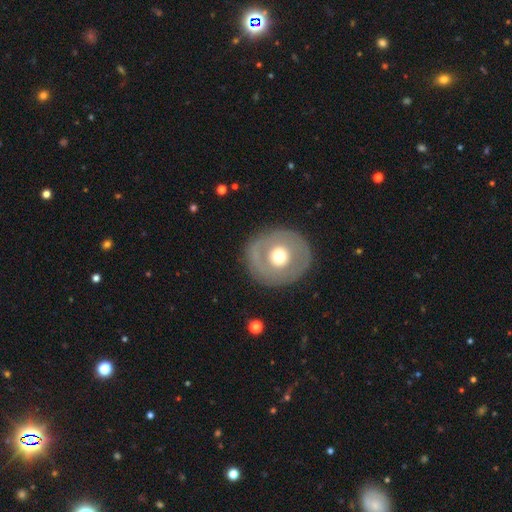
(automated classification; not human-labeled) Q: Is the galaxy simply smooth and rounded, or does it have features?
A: featured or disk — 51%.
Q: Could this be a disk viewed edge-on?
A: no — 95%.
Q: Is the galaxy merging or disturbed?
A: none — 85%.